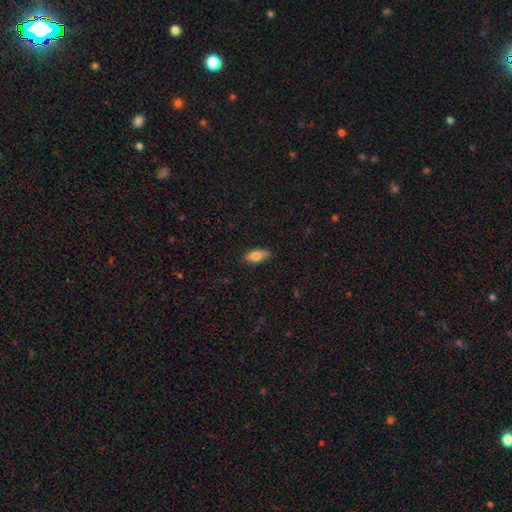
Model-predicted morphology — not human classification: smooth-or-featured: smooth: 81% | featured or disk: 12% | star or artifact: 7%
  how-rounded: in between: 83% | cigar-shaped: 14% | round: 3%
  merging: none: 80% | minor disturbance: 17% | major disturbance: 2% | merger: 1%